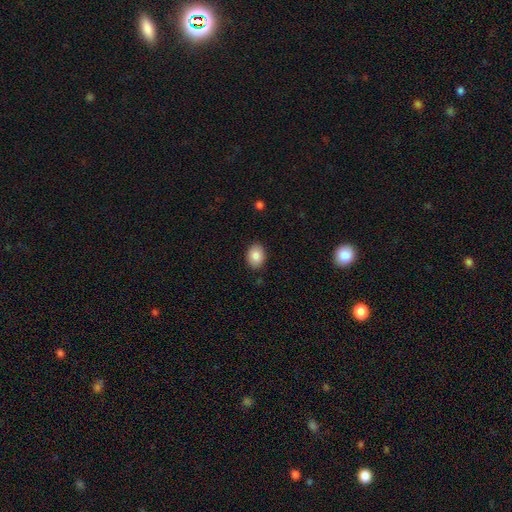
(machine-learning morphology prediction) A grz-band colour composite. It shows a smooth galaxy with no disk features (86%) that is in between round and cigar-shaped (65%). Merging: none (87%).